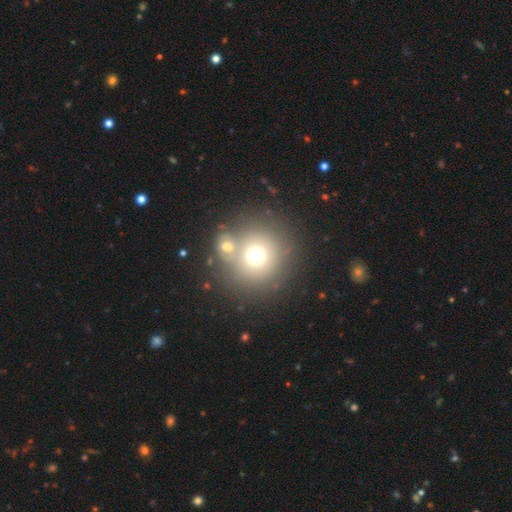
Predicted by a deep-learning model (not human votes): Smooth or featured? smooth (69%)
How rounded? round (91%)
Merging? none (57%)